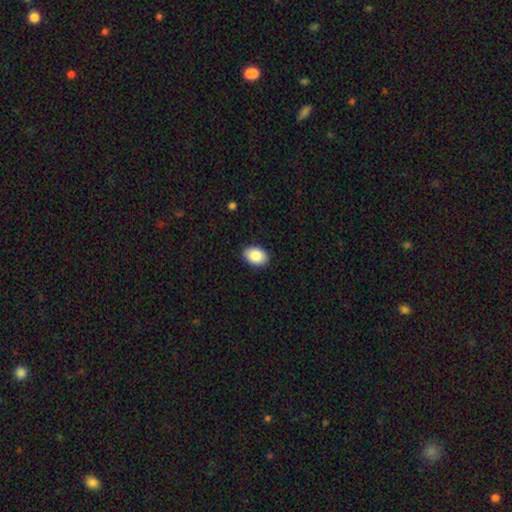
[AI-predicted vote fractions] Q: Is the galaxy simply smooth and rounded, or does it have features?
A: smooth — 87%.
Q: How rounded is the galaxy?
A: in between — 82%.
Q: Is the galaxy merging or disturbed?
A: none — 89%.